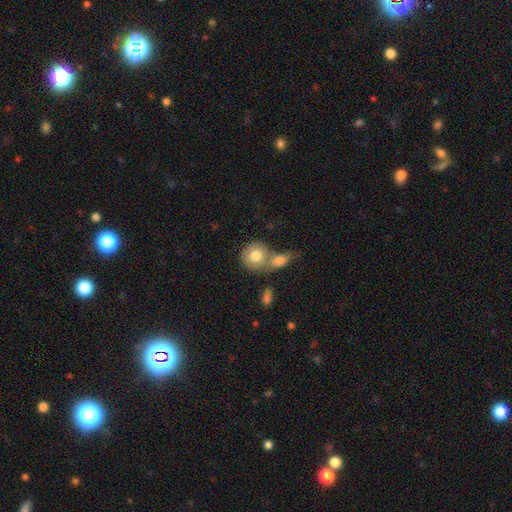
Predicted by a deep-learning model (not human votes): Smooth or featured?
  - smooth: 79% *
  - featured or disk: 14%
  - star or artifact: 7%
How rounded?
  - round: 82% *
  - in between: 17%
  - cigar-shaped: 1%
Merging?
  - merger: 48% *
  - none: 39%
  - minor disturbance: 9%
  - major disturbance: 4%